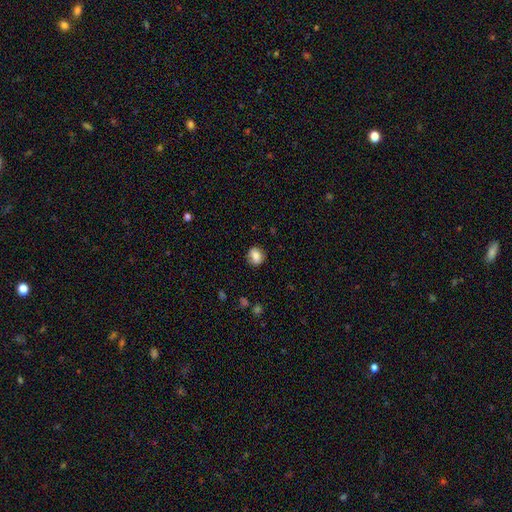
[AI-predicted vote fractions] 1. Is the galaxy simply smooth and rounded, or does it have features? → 81% smooth, 10% featured or disk, 9% star or artifact.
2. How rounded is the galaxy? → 65% round, 34% in between, 1% cigar-shaped.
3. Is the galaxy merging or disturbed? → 85% none, 11% minor disturbance, 3% major disturbance, 1% merger.